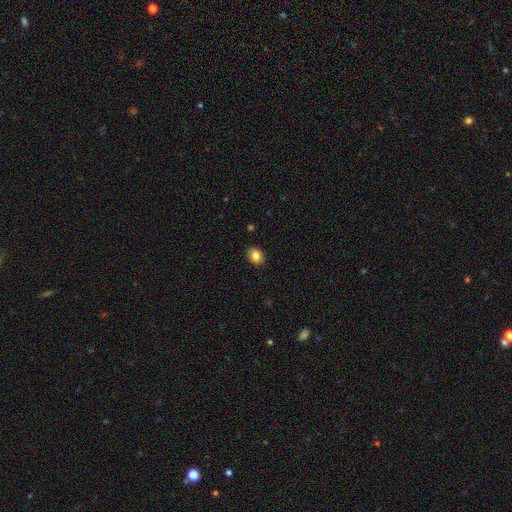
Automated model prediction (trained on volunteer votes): The model was most divided on "how rounded": in between: 61%, round: 38%, cigar-shaped: 1%. More confident: merging — none (89%); smooth or featured — smooth (85%).